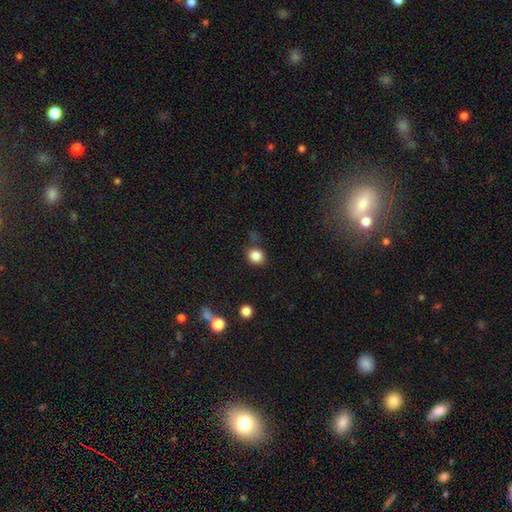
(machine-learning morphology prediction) Smooth or featured?
  - smooth: 84% *
  - star or artifact: 11%
  - featured or disk: 5%
How rounded?
  - round: 81% *
  - in between: 18%
  - cigar-shaped: 1%
Merging?
  - none: 73% *
  - minor disturbance: 17%
  - major disturbance: 6%
  - merger: 5%